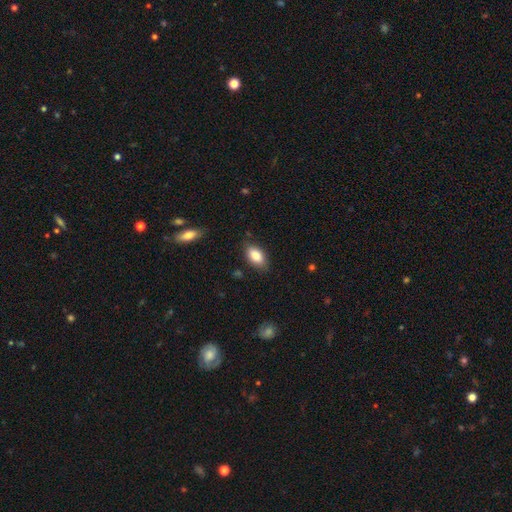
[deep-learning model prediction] Smooth or featured?
  - smooth: 85% *
  - featured or disk: 8%
  - star or artifact: 7%
How rounded?
  - in between: 92% *
  - round: 5%
  - cigar-shaped: 3%
Merging?
  - none: 83% *
  - minor disturbance: 13%
  - major disturbance: 3%
  - merger: 1%